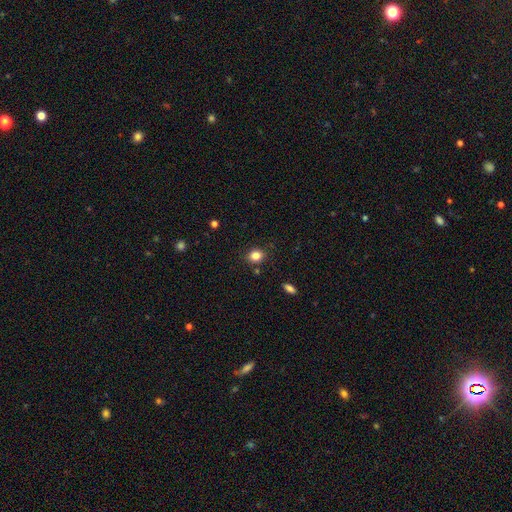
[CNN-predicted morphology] type=smooth (83%); roundness=round (60%); merging=none (85%).